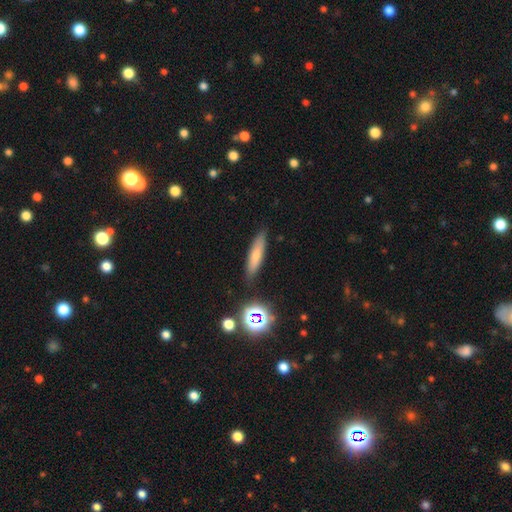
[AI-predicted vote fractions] A smooth galaxy with no disk features (70%) that is cigar-shaped (77%).

Vote fractions:
- Smooth or featured? smooth: 70% / featured or disk: 19% / star or artifact: 11%
- How rounded? cigar-shaped: 77% / in between: 21% / round: 3%
- Merging? none: 86% / minor disturbance: 9% / merger: 3% / major disturbance: 2%